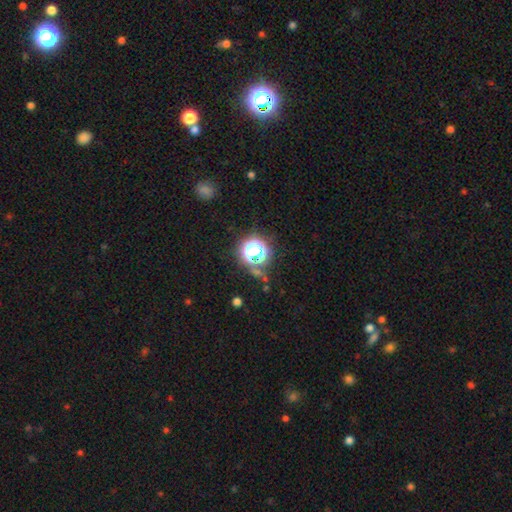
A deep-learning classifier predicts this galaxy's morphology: Q: Smooth or featured?
A: star or artifact (71%); runner-up: smooth (21%)